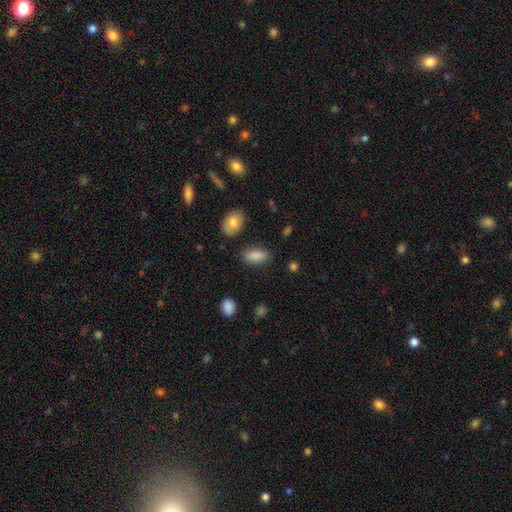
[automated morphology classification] Smooth or featured? Predicted: smooth (p=0.86). How rounded? Predicted: in between (p=0.87). Merging? Predicted: none (p=0.84).